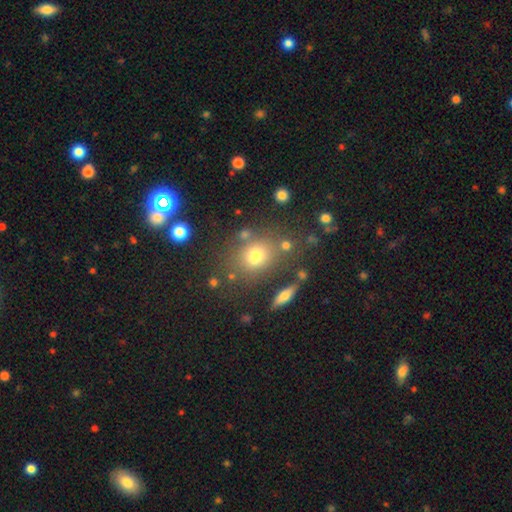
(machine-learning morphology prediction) This is likely a smooth galaxy (69%). How rounded: possibly round (52%). Merging: likely none (70%).